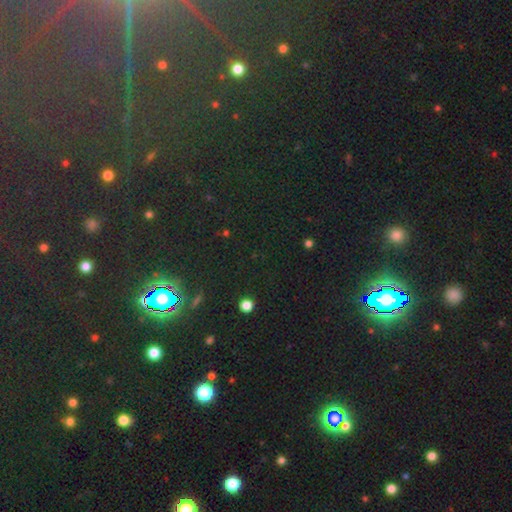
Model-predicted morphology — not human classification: The model was most divided on "smooth or featured": star or artifact: 81%, smooth: 11%, featured or disk: 8%.